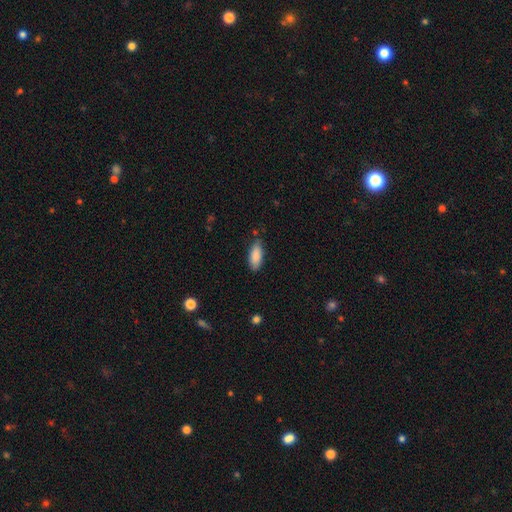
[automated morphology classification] A smooth galaxy with no disk features (88%) that is in between round and cigar-shaped (80%). Merging: none (79%).